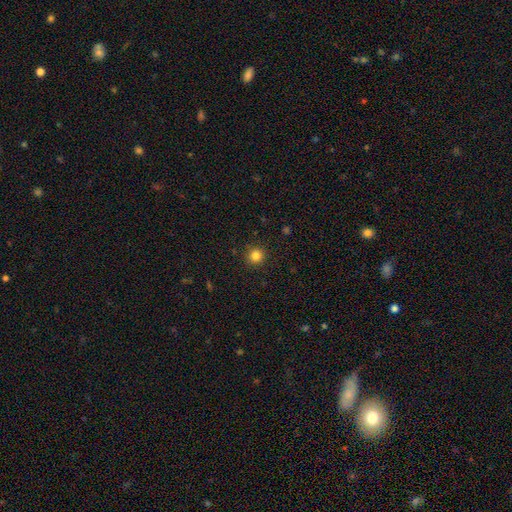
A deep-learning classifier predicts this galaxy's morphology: The model was most divided on "smooth or featured": smooth: 83%, star or artifact: 13%, featured or disk: 5%. More confident: how rounded — round (94%); merging — none (91%).